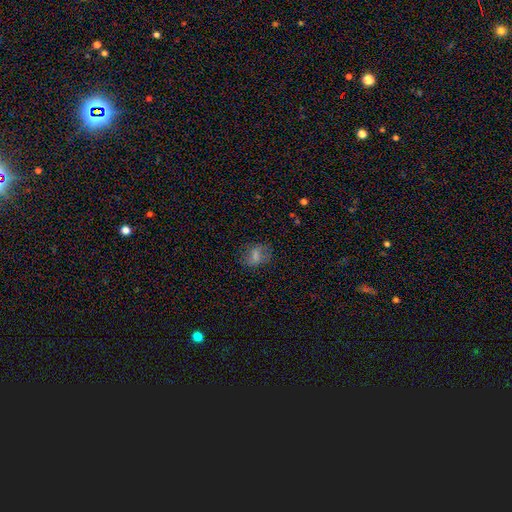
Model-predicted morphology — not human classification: smooth 56%, featured or disk 26%, star or artifact 18%. Down the decision tree: how rounded — in between (60%); merging — none (72%).